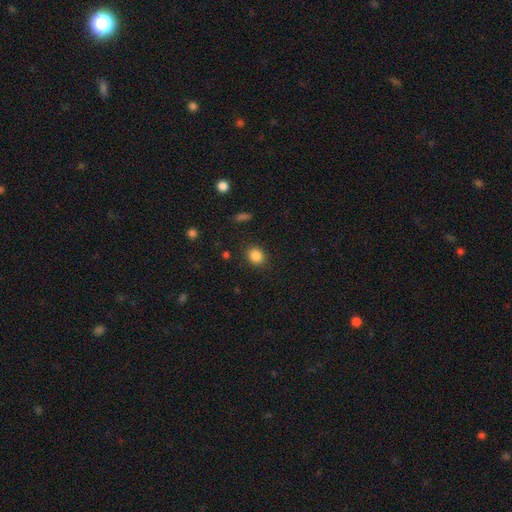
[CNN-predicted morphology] Smooth or featured? smooth (86%)
How rounded? round (67%)
Merging? none (87%)